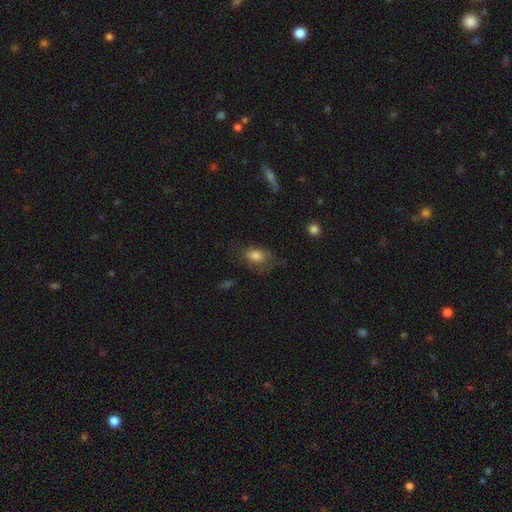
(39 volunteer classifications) Smooth or featured: smooth — 74% (featured or disk — 15%)
How rounded: in between — 93% (round — 7%)
Merging: none — 57% (minor disturbance — 20%)